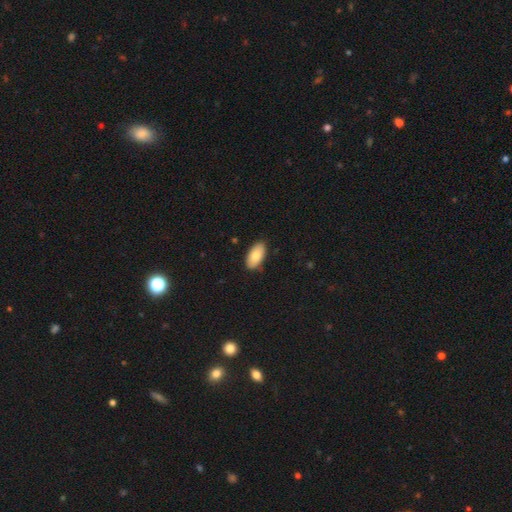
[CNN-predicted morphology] Overall: smooth (80%). How rounded: in between (94%). Merging: none (86%).